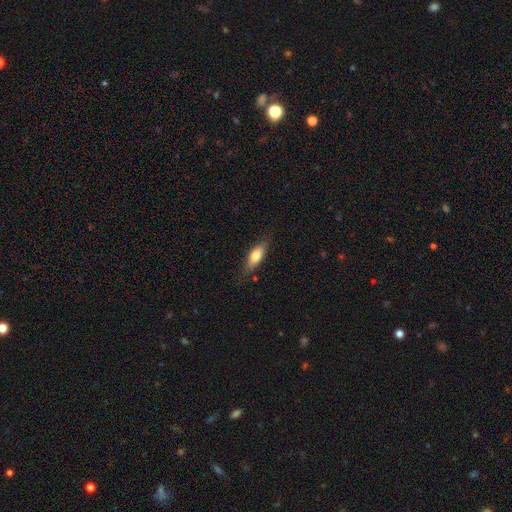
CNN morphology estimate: This appears to be a smooth galaxy with no disk features (71%) that is in between round and cigar-shaped (71%). Merging: none (78%).